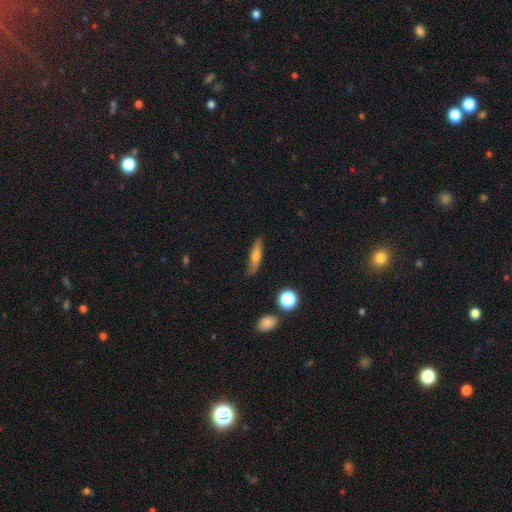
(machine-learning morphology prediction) Smooth or featured? smooth (56%)
How rounded? cigar-shaped (76%)
Merging? none (83%)